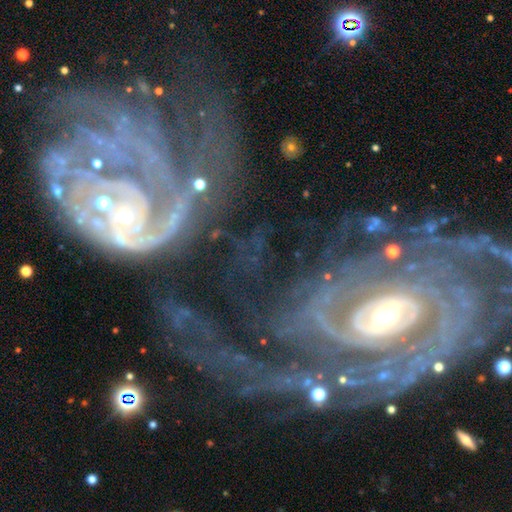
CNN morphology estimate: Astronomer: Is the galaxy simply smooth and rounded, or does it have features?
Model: featured or disk — 87%.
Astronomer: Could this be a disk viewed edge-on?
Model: no — 96%.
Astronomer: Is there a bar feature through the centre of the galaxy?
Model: no — 47% (runner-up: weak, 33%).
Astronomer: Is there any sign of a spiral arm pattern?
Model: yes — 93%.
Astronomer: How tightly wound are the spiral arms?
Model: tight — 54% (runner-up: medium, 32%).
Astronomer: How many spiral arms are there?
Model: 2 — 33% (runner-up: can't tell, 26%).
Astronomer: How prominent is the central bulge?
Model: moderate — 49% (runner-up: small, 37%).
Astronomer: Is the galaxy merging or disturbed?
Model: merger — 40% (runner-up: none, 24%).